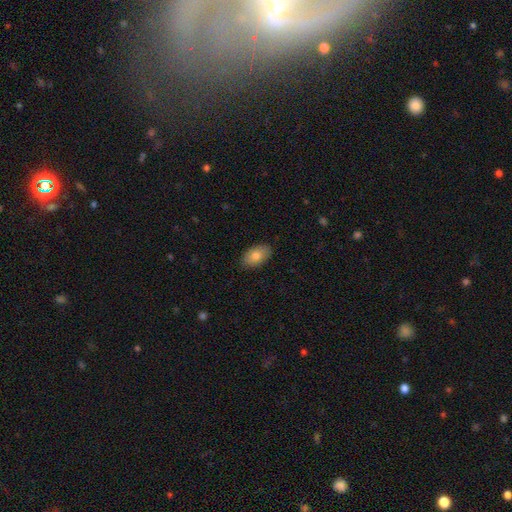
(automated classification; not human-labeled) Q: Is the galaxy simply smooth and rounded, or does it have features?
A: smooth — 80%.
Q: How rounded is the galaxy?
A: in between — 92%.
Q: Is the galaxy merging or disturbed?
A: none — 87%.